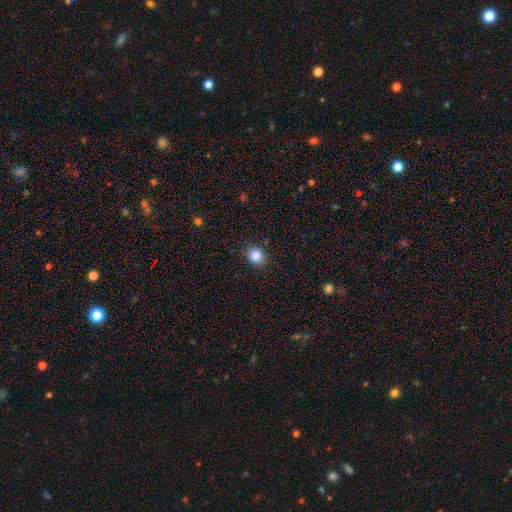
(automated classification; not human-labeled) This is clearly a smooth galaxy (84%). How rounded: likely round (70%). Merging: clearly none (90%).